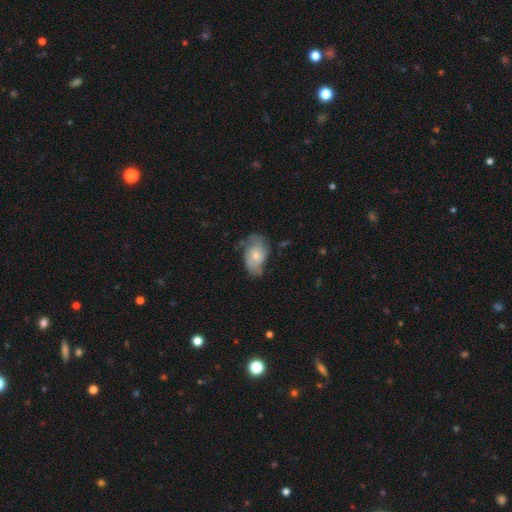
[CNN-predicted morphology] smooth-or-featured: smooth: 52% | featured or disk: 41% | star or artifact: 7%
  how-rounded: in between: 88% | round: 10% | cigar-shaped: 2%
  merging: none: 49% | minor disturbance: 34% | major disturbance: 14% | merger: 3%